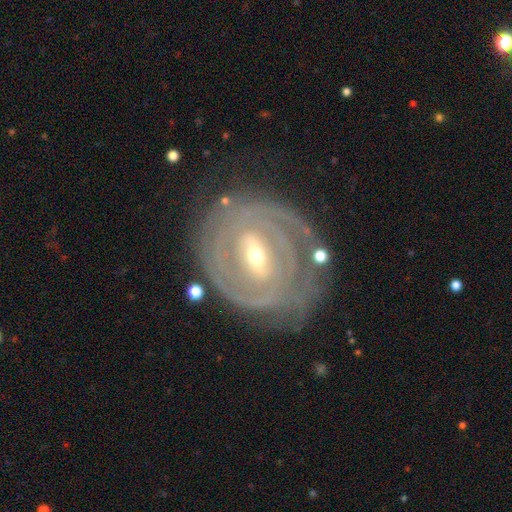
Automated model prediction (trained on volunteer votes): smooth-or-featured: featured or disk: 86% | smooth: 9% | star or artifact: 5%
  disk-edge-on: no: 95% | yes: 5%
    bar: strong: 43% | weak: 41% | no: 16%
    has-spiral-arms: yes: 89% | no: 11%
      spiral-winding: tight: 79% | medium: 16% | loose: 5%
      spiral-arm-count: can't tell: 36% | 2: 28% | 3: 14% | 4: 9% | 1: 7% | more than 4: 6%
    bulge-size: small: 58% | moderate: 38% | large: 2% | dominant: 1% | none: 1%
  merging: none: 70% | minor disturbance: 18% | major disturbance: 9% | merger: 3%